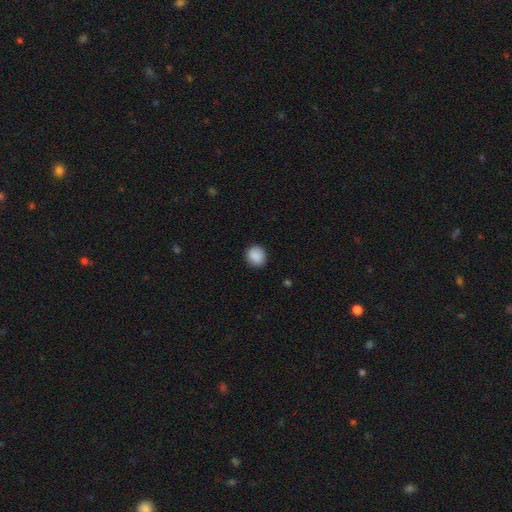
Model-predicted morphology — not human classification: This is clearly a smooth galaxy (89%). How rounded: clearly round (80%). Merging: clearly none (89%).